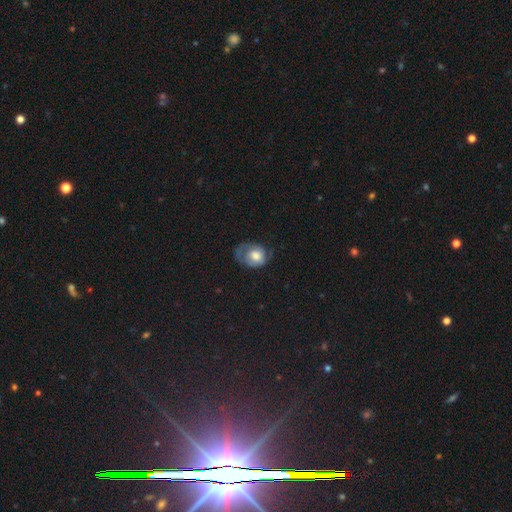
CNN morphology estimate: Smooth or featured?
  - smooth: 58% *
  - featured or disk: 34%
  - star or artifact: 8%
How rounded?
  - in between: 53% *
  - round: 46%
  - cigar-shaped: 1%
Merging?
  - none: 34% *
  - major disturbance: 32%
  - minor disturbance: 32%
  - merger: 2%